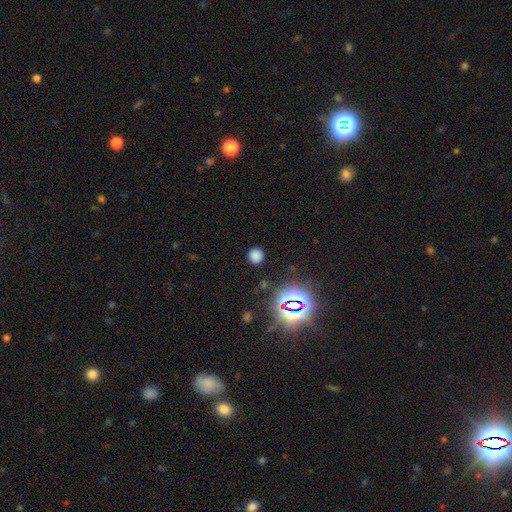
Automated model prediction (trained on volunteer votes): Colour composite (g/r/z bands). It shows a smooth galaxy with no disk features (71%) that is round (91%). Merging: none (88%).